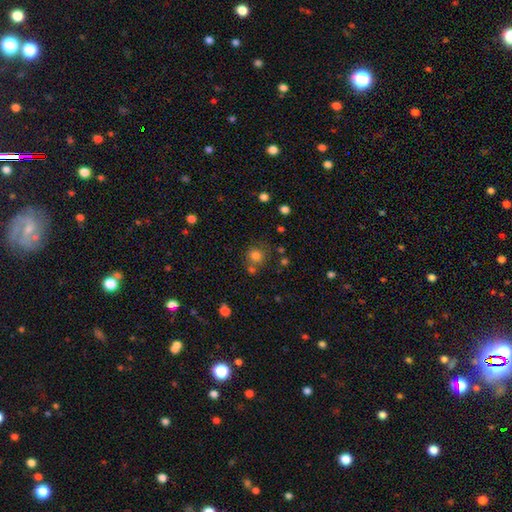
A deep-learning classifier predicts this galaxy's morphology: smooth-or-featured: smooth: 78% | star or artifact: 14% | featured or disk: 8%
  how-rounded: round: 86% | in between: 13% | cigar-shaped: 1%
  merging: none: 67% | merger: 17% | minor disturbance: 12% | major disturbance: 5%